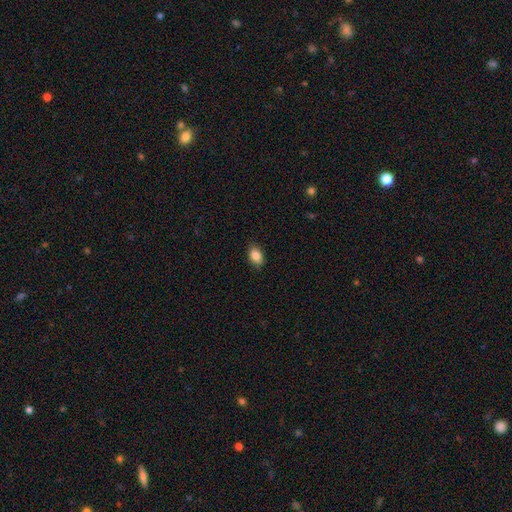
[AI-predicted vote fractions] This is clearly a smooth galaxy (87%). How rounded: clearly in between (86%). Merging: clearly none (87%).